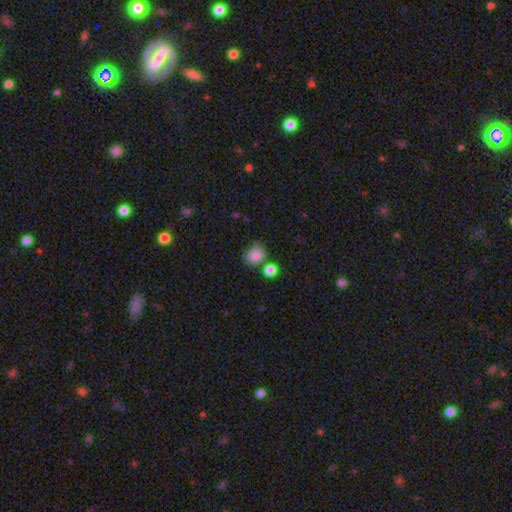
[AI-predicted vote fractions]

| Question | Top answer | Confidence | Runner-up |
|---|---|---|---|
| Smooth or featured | smooth | 84% | star or artifact (10%) |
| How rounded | round | 62% | in between (38%) |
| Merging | none | 56% | minor disturbance (23%) |